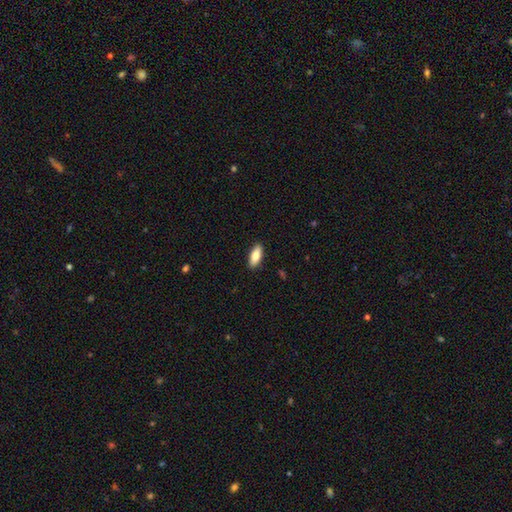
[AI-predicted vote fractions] This is likely a smooth galaxy (78%). How rounded: likely in between (78%). Merging: clearly none (90%).